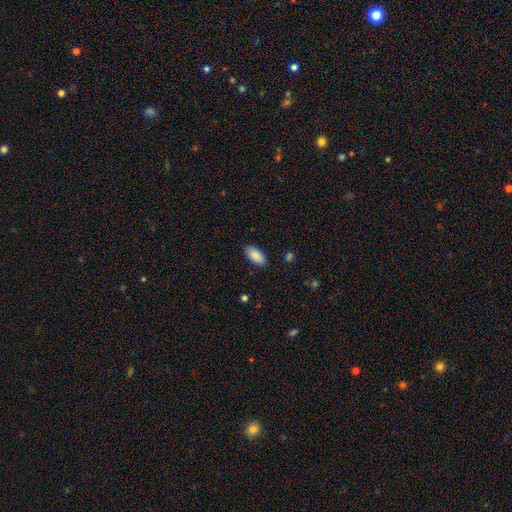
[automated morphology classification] smooth_or_featured: smooth (p=0.89) [alt: star or artifact p=0.06]
how_rounded: in between (p=0.92) [alt: cigar-shaped p=0.06]
merging: none (p=0.87) [alt: minor disturbance p=0.10]